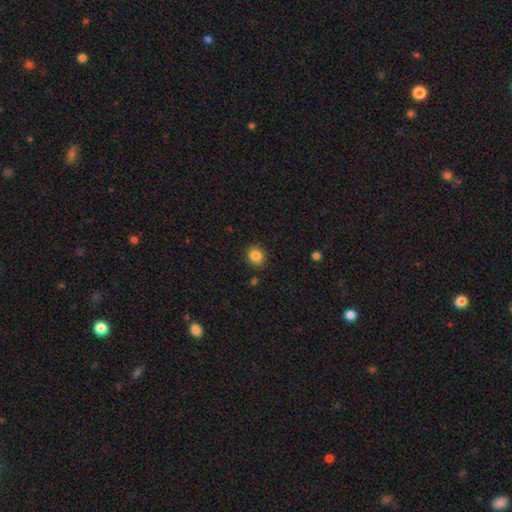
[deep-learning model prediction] This is clearly a smooth galaxy (86%). How rounded: clearly round (83%). Merging: clearly none (88%).